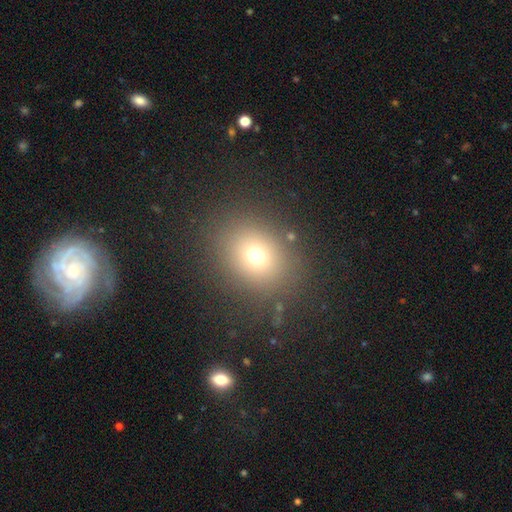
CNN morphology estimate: Smooth or featured?
  - smooth: 70% *
  - star or artifact: 19%
  - featured or disk: 11%
How rounded?
  - round: 67% *
  - in between: 32%
  - cigar-shaped: 1%
Merging?
  - none: 84% *
  - minor disturbance: 9%
  - major disturbance: 5%
  - merger: 2%